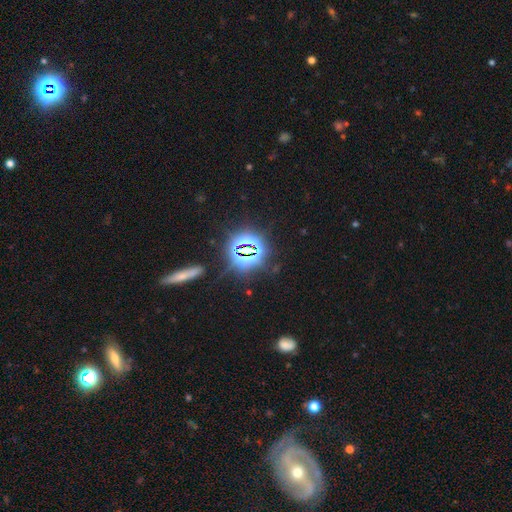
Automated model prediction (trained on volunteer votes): star or artifact 79%, smooth 14%, featured or disk 8%.